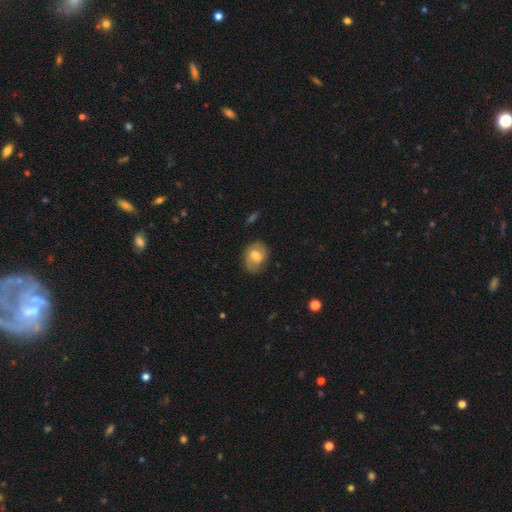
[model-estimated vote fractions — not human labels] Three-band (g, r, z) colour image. It shows a smooth galaxy with no disk features (58%) that is in between round and cigar-shaped (62%). Merging: none (73%).